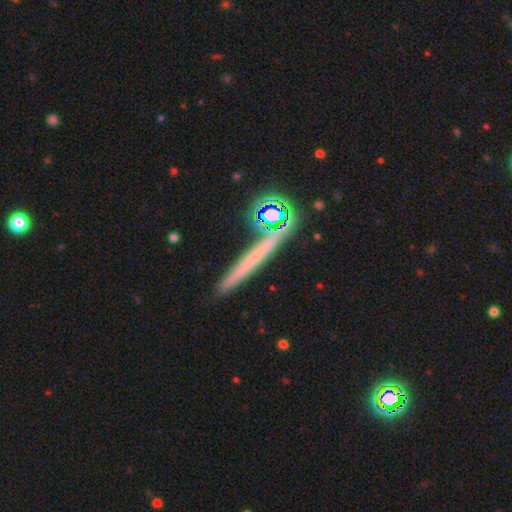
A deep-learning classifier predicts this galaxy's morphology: Q: Smooth or featured?
A: smooth (43%); runner-up: featured or disk (35%)
Q: Merging?
A: none (80%); runner-up: minor disturbance (9%)